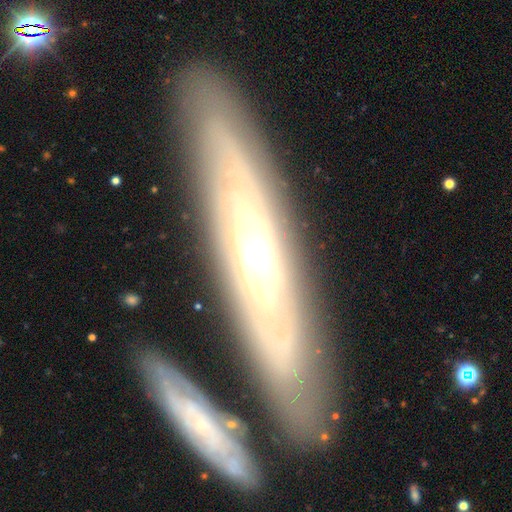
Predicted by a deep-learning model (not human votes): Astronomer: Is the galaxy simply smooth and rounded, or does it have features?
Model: featured or disk — 75%.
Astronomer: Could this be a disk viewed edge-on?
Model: no — 54% (runner-up: yes, 46%).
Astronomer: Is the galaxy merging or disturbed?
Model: none — 78%.